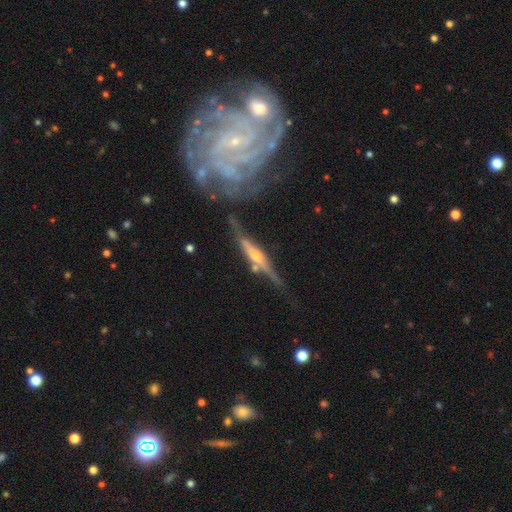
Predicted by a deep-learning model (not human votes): A featured or disk galaxy (80%) viewed edge-on (93%) with a rounded central bulge (86%).

Vote fractions:
- Smooth or featured? featured or disk: 80% / smooth: 14% / star or artifact: 6%
- Edge-on disk? yes: 93% / no: 7%
- Edge-on bulge? rounded: 86% / none: 7% / boxy: 6%
- Merging? none: 62% / minor disturbance: 19% / merger: 11% / major disturbance: 7%